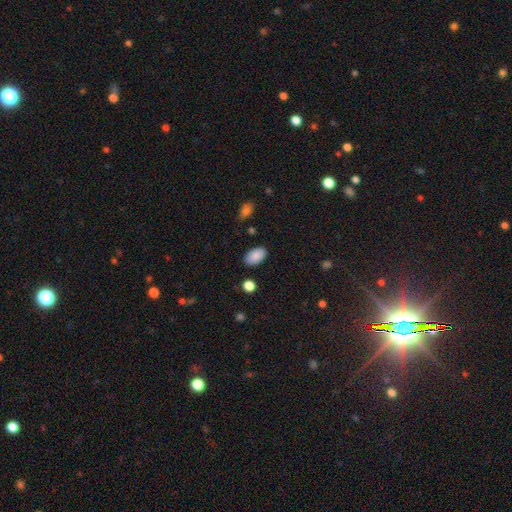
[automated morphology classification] Smooth or featured?
  - smooth: 88% *
  - star or artifact: 7%
  - featured or disk: 5%
How rounded?
  - in between: 94% *
  - round: 5%
  - cigar-shaped: 1%
Merging?
  - none: 86% *
  - minor disturbance: 9%
  - major disturbance: 2%
  - merger: 2%